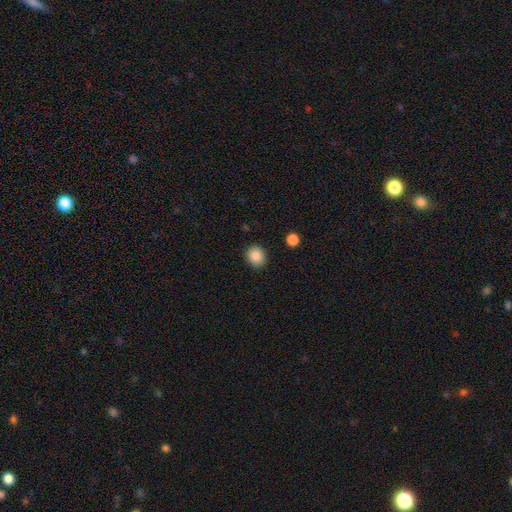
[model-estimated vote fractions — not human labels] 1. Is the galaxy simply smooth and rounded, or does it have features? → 88% smooth, 9% star or artifact, 3% featured or disk.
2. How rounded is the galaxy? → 77% round, 22% in between, 1% cigar-shaped.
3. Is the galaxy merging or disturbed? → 89% none, 7% minor disturbance, 2% major disturbance, 2% merger.